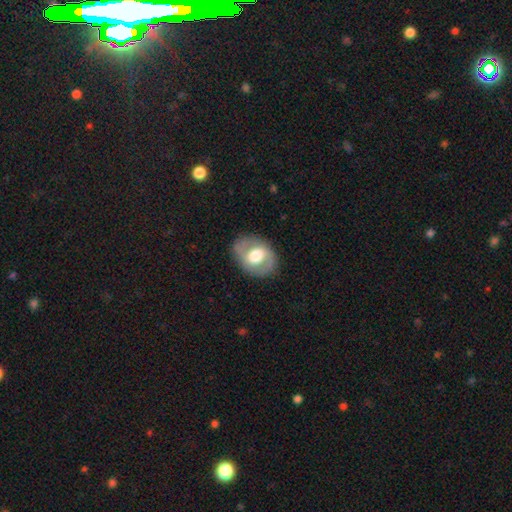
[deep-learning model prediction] Overall: featured or disk (62%; smooth 32%). Edge-on disk: no (96%). Bar: no (46%; weak 39%). Spiral arms: yes (68%; no 32%). Bulge size: moderate (51%; large 38%). Merging: none (82%).